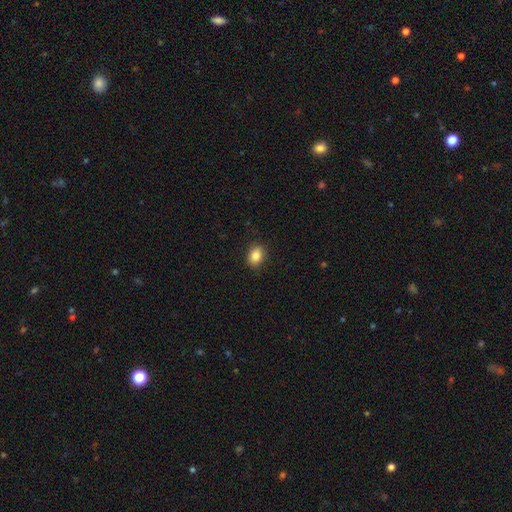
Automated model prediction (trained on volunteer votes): Morphology: type=smooth (86%); roundness=in between (66%); merging=none (87%).